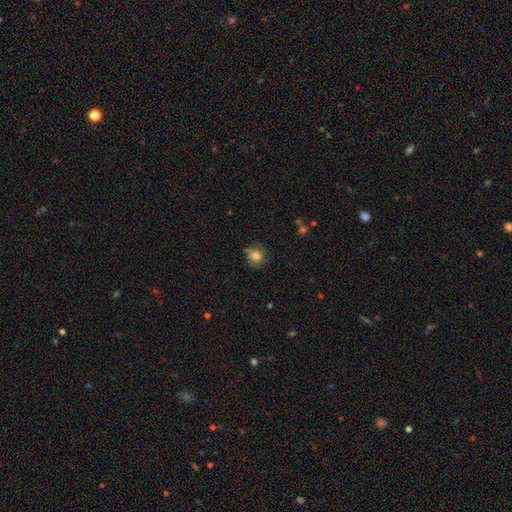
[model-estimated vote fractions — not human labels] Smooth or featured? smooth (77%)
How rounded? round (88%)
Merging? none (74%)